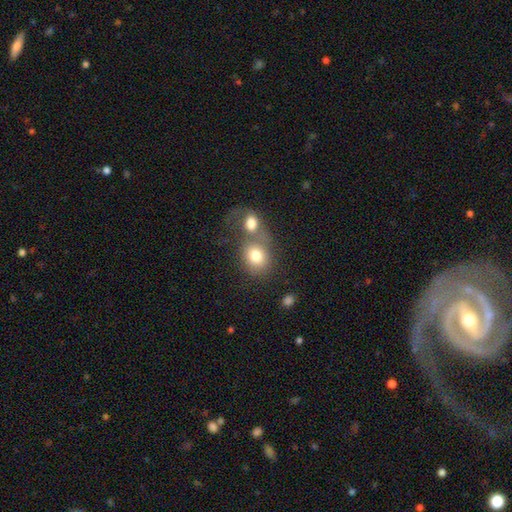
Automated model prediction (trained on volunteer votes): smooth 76%, featured or disk 14%, star or artifact 9%. Down the decision tree: how rounded — round (56%); merging — merger (53%).